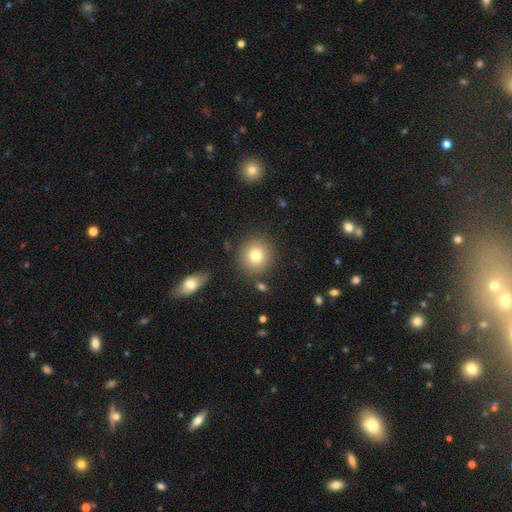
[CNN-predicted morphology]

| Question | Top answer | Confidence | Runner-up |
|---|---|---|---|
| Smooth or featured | smooth | 78% | featured or disk (11%) |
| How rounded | round | 89% | in between (10%) |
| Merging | none | 85% | minor disturbance (8%) |